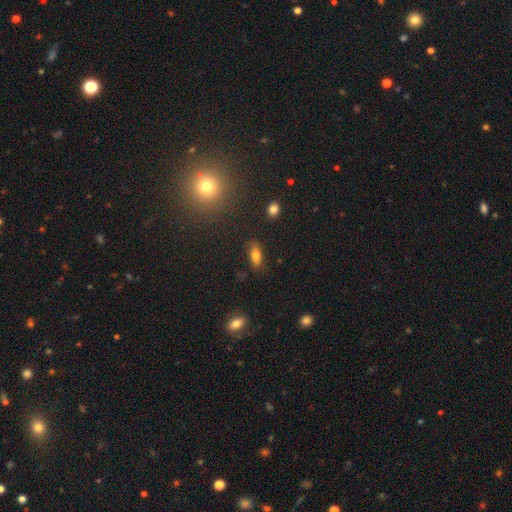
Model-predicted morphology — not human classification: Smooth or featured?
  - smooth: 69% *
  - featured or disk: 21%
  - star or artifact: 10%
How rounded?
  - in between: 76% *
  - cigar-shaped: 19%
  - round: 5%
Merging?
  - none: 77% *
  - minor disturbance: 17%
  - major disturbance: 5%
  - merger: 2%